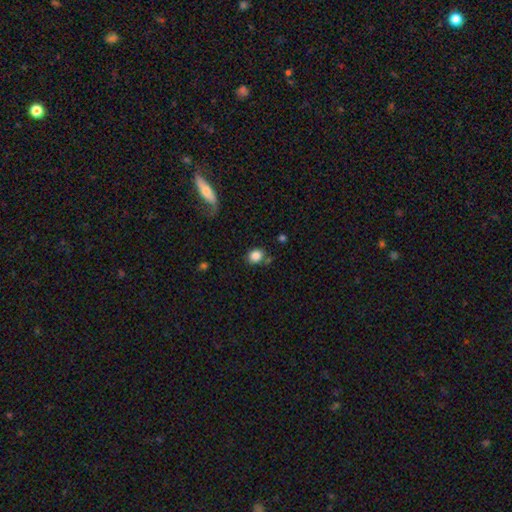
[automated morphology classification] This is clearly a smooth galaxy (85%). How rounded: likely round (67%). Merging: likely none (74%).